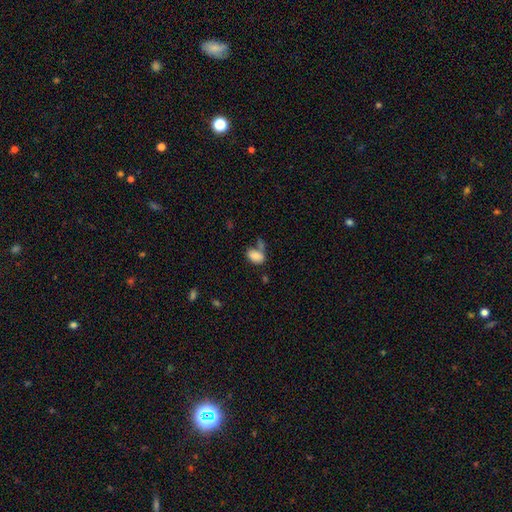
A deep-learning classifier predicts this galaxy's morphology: A smooth galaxy with no disk features (83%) that is in between round and cigar-shaped (89%).

Vote fractions:
- Smooth or featured? smooth: 83% / star or artifact: 9% / featured or disk: 9%
- How rounded? in between: 89% / round: 10% / cigar-shaped: 2%
- Merging? none: 44% / merger: 30% / minor disturbance: 18% / major disturbance: 9%